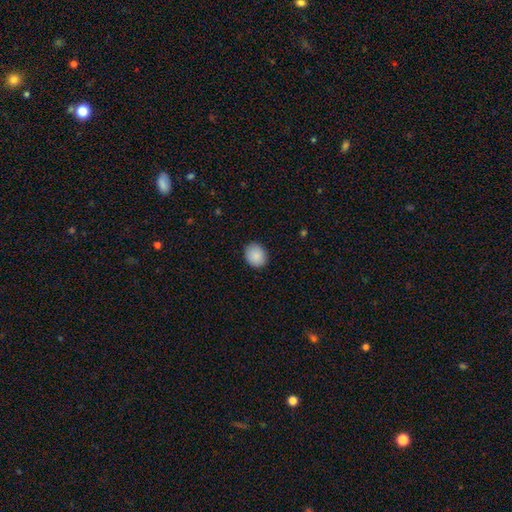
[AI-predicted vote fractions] Smooth or featured?
  - smooth: 89% *
  - star or artifact: 7%
  - featured or disk: 4%
How rounded?
  - round: 64% *
  - in between: 35%
  - cigar-shaped: 1%
Merging?
  - none: 89% *
  - minor disturbance: 9%
  - major disturbance: 2%
  - merger: 1%